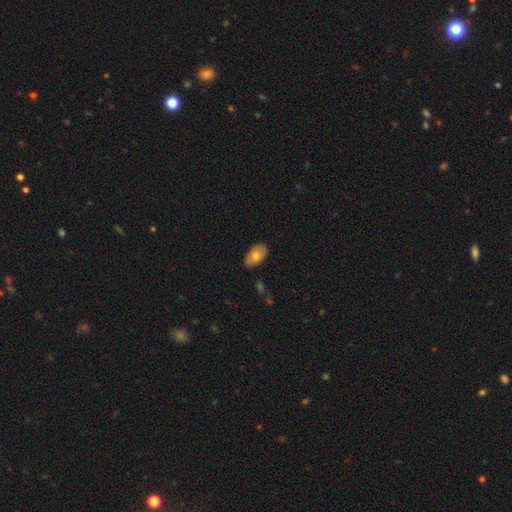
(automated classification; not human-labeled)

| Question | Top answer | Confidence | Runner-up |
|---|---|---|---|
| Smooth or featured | smooth | 74% | featured or disk (19%) |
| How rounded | in between | 93% | round (6%) |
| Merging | none | 85% | minor disturbance (12%) |